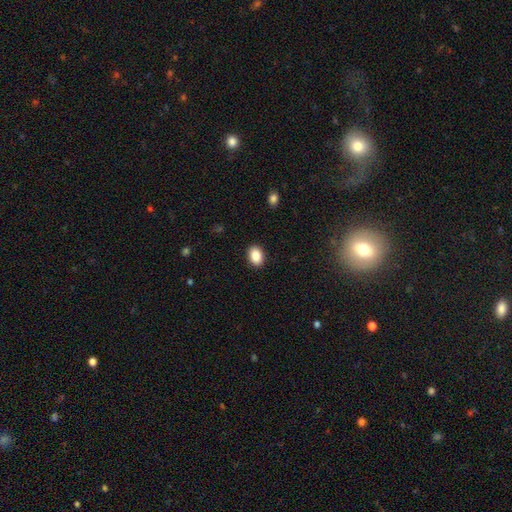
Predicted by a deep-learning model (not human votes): smooth_or_featured: smooth (p=0.88) [alt: star or artifact p=0.08]
how_rounded: in between (p=0.80) [alt: round p=0.19]
merging: none (p=0.90) [alt: minor disturbance p=0.07]